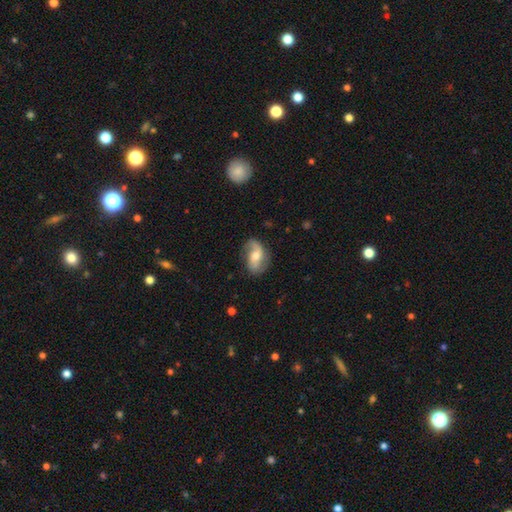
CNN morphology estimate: smooth_or_featured: featured or disk (p=0.75) [alt: smooth p=0.19]
disk_edge_on: no (p=0.96) [alt: yes p=0.04]
bar: no (p=0.50) [alt: weak p=0.37]
has_spiral_arms: yes (p=0.93) [alt: no p=0.07]
spiral_winding: loose (p=0.52) [alt: medium p=0.34]
spiral_arm_count: 2 (p=0.86) [alt: 1 p=0.06]
bulge_size: moderate (p=0.60) [alt: small p=0.31]
merging: none (p=0.74) [alt: minor disturbance p=0.18]